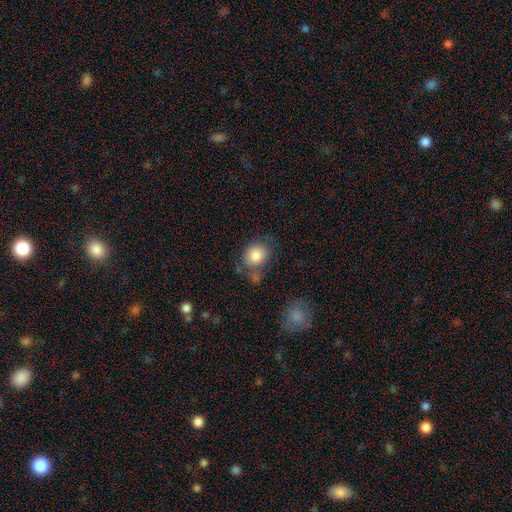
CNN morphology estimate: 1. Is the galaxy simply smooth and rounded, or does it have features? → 83% smooth, 9% featured or disk, 8% star or artifact.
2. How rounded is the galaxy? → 64% round, 35% in between, 1% cigar-shaped.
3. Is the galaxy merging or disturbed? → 61% none, 20% minor disturbance, 12% merger, 8% major disturbance.